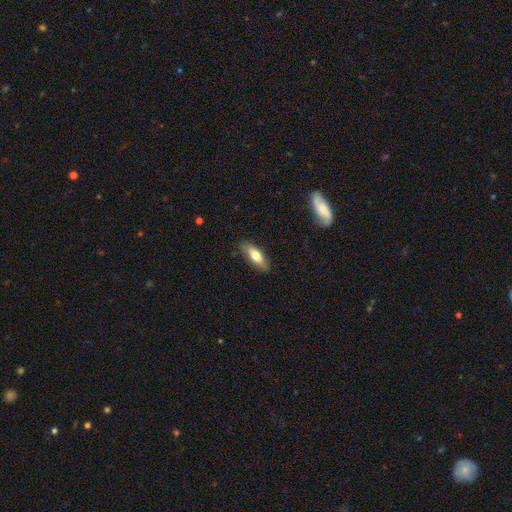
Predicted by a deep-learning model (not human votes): Smooth or featured?
  - smooth: 73% *
  - featured or disk: 20%
  - star or artifact: 6%
How rounded?
  - in between: 61% *
  - cigar-shaped: 37%
  - round: 2%
Merging?
  - none: 83% *
  - minor disturbance: 13%
  - major disturbance: 2%
  - merger: 1%